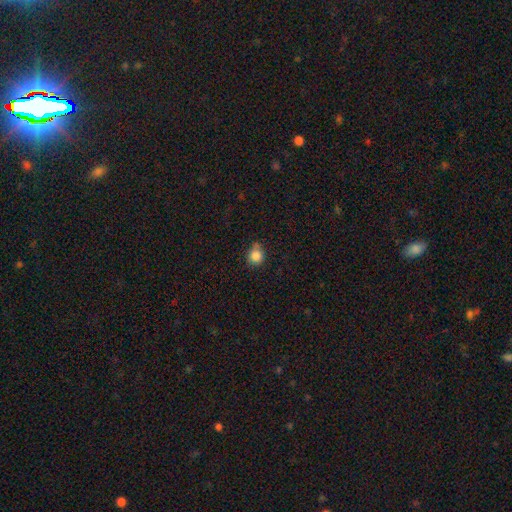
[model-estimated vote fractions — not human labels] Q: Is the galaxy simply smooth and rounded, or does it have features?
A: smooth — 85%.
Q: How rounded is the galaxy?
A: round — 85%.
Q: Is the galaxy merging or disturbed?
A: none — 62%.